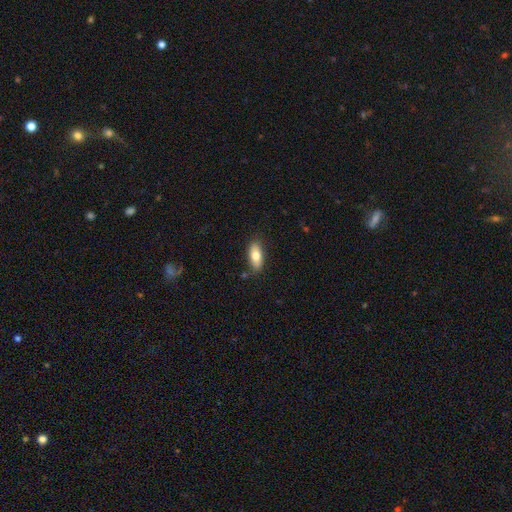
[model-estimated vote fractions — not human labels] A smooth galaxy with no disk features (77%) that is in between round and cigar-shaped (84%).

Vote fractions:
- Smooth or featured? smooth: 77% / featured or disk: 16% / star or artifact: 7%
- How rounded? in between: 84% / cigar-shaped: 13% / round: 3%
- Merging? none: 80% / minor disturbance: 15% / major disturbance: 3% / merger: 3%